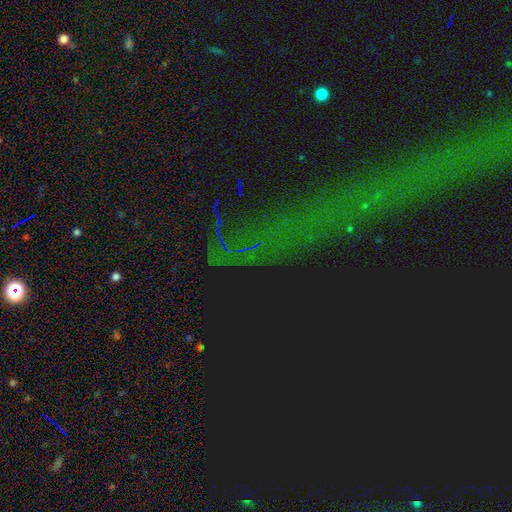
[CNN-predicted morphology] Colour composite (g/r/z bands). It shows a star or artifact, not a galaxy (82%).